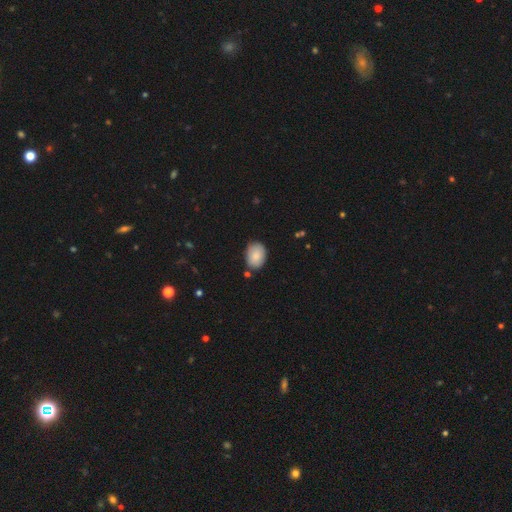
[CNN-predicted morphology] Overall: smooth (86%). How rounded: in between (78%). Merging: none (78%).